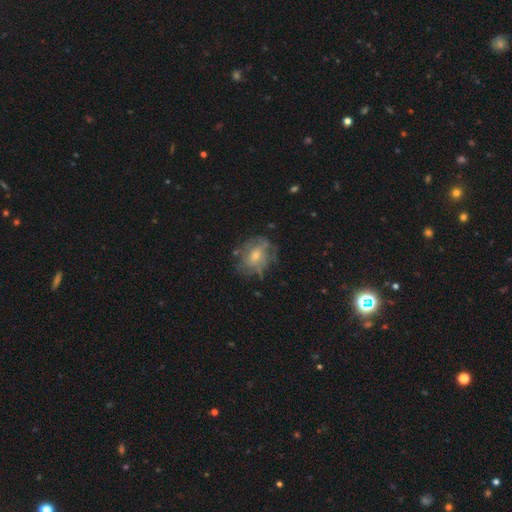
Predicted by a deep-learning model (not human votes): Smooth or featured: featured or disk — 50% (smooth — 40%)
Edge-on disk: no — 95% (yes — 5%)
Merging: none — 57% (minor disturbance — 25%)